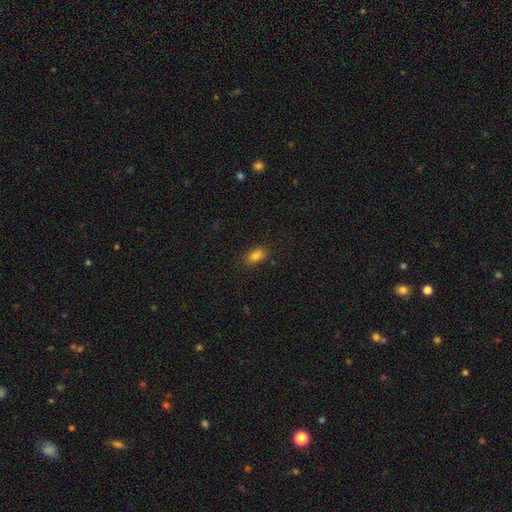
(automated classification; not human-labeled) smooth 82%, star or artifact 12%, featured or disk 6%. Down the decision tree: how rounded — in between (86%); merging — none (82%).